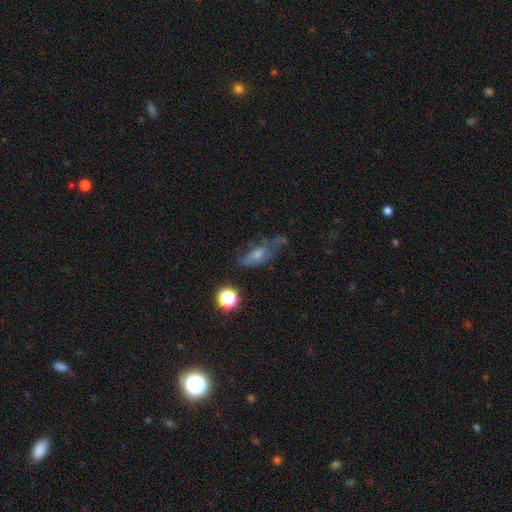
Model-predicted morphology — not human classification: Smooth or featured? Predicted: smooth (p=0.42). Merging? Predicted: none (p=0.49).